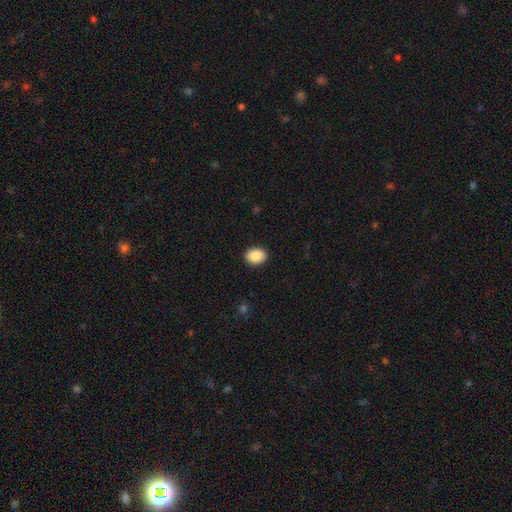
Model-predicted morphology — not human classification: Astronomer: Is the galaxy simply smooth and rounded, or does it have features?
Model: smooth — 88%.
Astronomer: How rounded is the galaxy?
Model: in between — 68%.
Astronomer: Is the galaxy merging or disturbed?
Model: none — 90%.